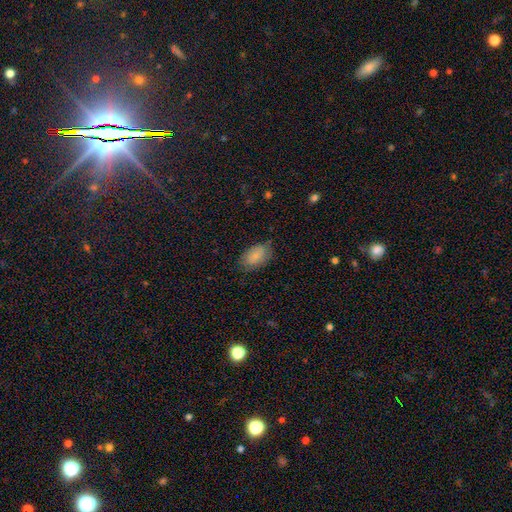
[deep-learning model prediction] The model was most divided on "merging": none: 76%, minor disturbance: 19%, major disturbance: 4%, merger: 1%. More confident: how rounded — in between (93%); smooth or featured — smooth (80%).